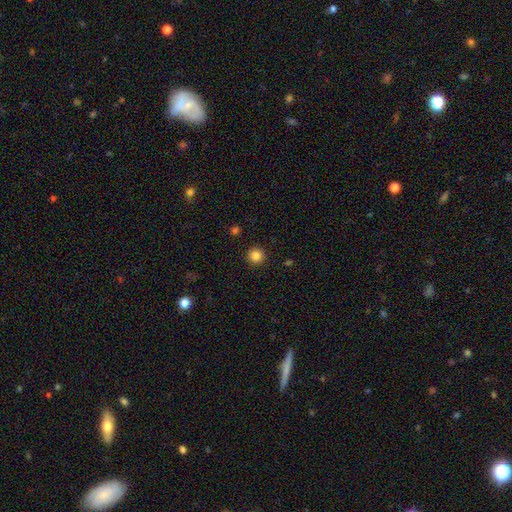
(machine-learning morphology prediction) Smooth or featured? Predicted: smooth (p=0.84). How rounded? Predicted: round (p=0.96). Merging? Predicted: none (p=0.93).